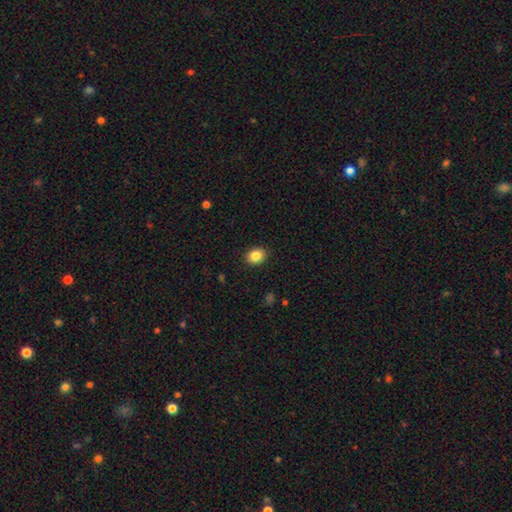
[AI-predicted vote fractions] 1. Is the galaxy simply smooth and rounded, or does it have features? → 85% smooth, 9% star or artifact, 6% featured or disk.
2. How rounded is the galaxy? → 52% round, 48% in between, 1% cigar-shaped.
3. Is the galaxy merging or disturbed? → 90% none, 7% minor disturbance, 2% major disturbance, 1% merger.